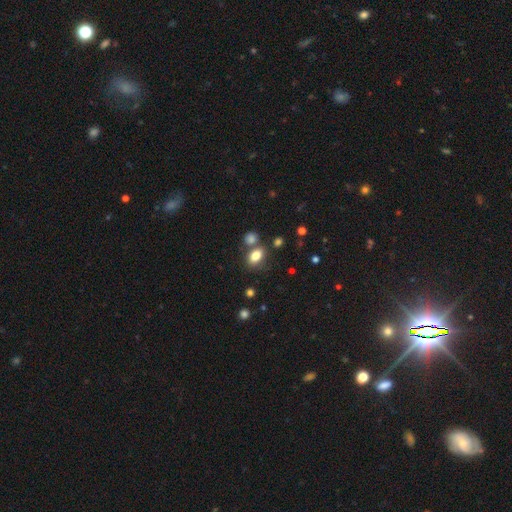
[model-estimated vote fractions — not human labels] Morphology: type=smooth (81%); roundness=in between (80%); merging=none (63%).